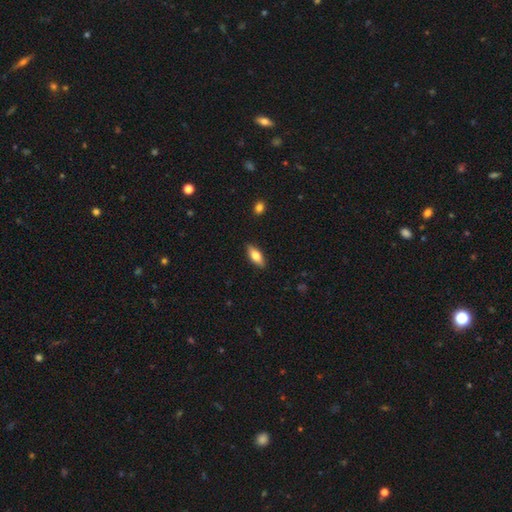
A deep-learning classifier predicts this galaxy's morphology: Smooth or featured?
  - smooth: 71% *
  - featured or disk: 22%
  - star or artifact: 6%
How rounded?
  - in between: 77% *
  - cigar-shaped: 21%
  - round: 2%
Merging?
  - none: 88% *
  - minor disturbance: 9%
  - major disturbance: 2%
  - merger: 1%